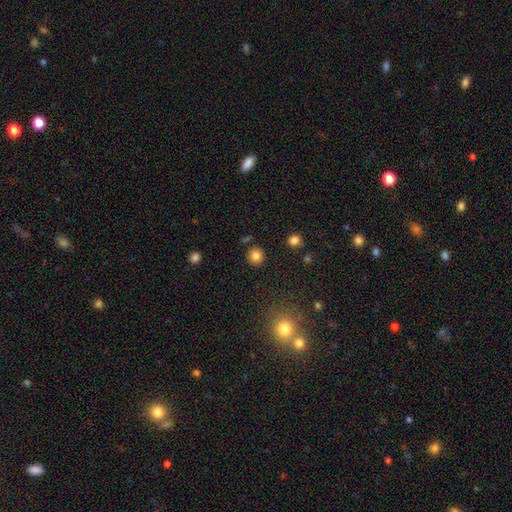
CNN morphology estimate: Smooth or featured: smooth — 83% (star or artifact — 12%)
How rounded: round — 92% (in between — 8%)
Merging: none — 89% (minor disturbance — 6%)